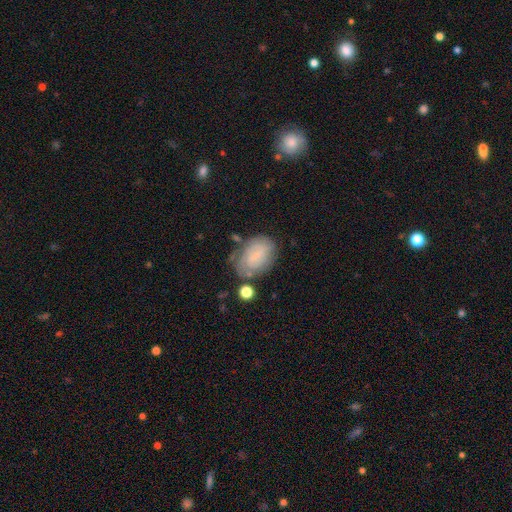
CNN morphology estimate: smooth-or-featured: smooth: 48% | featured or disk: 42% | star or artifact: 10%
  merging: none: 58% | minor disturbance: 25% | major disturbance: 11% | merger: 6%